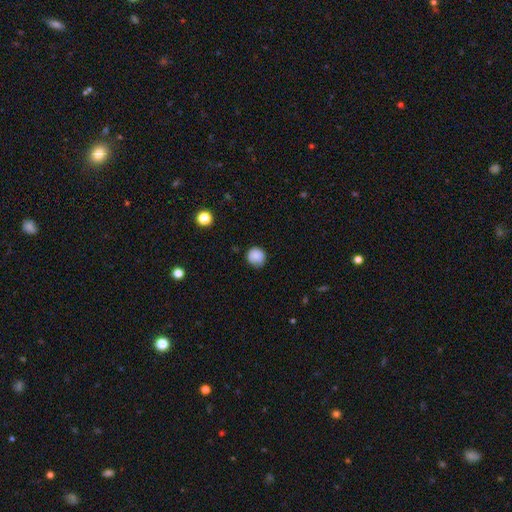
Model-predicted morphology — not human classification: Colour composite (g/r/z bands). It shows a smooth galaxy with no disk features (86%) that is round (90%). Merging: none (76%).